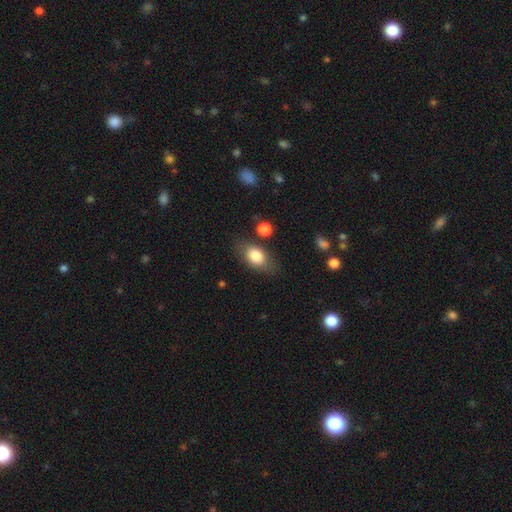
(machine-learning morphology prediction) This appears to be a smooth galaxy with no disk features (80%) that is in between round and cigar-shaped (84%). Merging: none (74%).